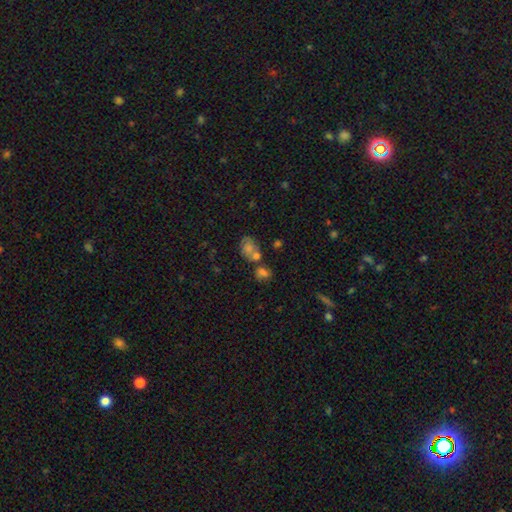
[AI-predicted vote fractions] Smooth or featured? Predicted: star or artifact (p=0.43).